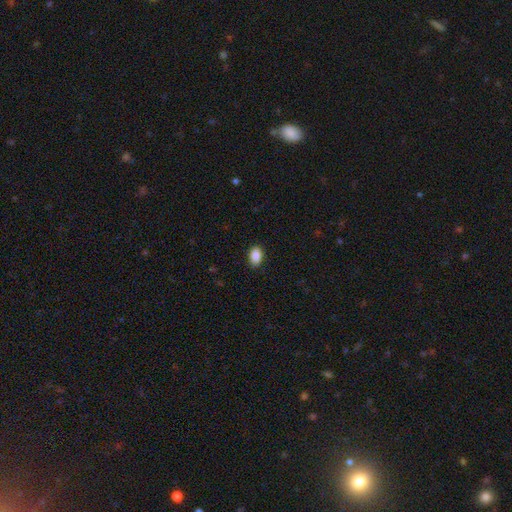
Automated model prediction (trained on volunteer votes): A smooth galaxy with no disk features (89%) that is in between round and cigar-shaped (87%). Merging: none (87%).